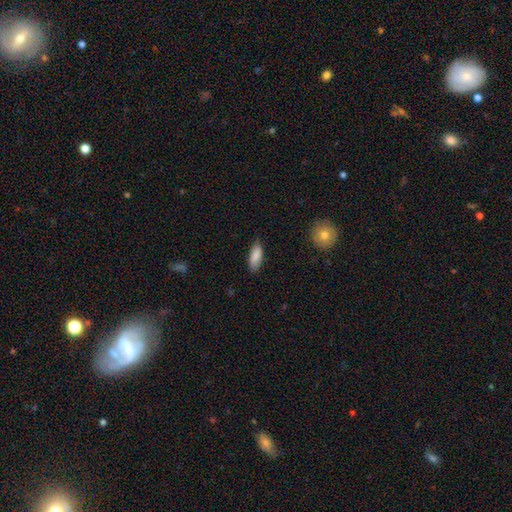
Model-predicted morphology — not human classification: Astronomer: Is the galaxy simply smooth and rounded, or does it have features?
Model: smooth — 87%.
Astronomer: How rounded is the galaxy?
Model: in between — 73%.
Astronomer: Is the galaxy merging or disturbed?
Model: none — 80%.